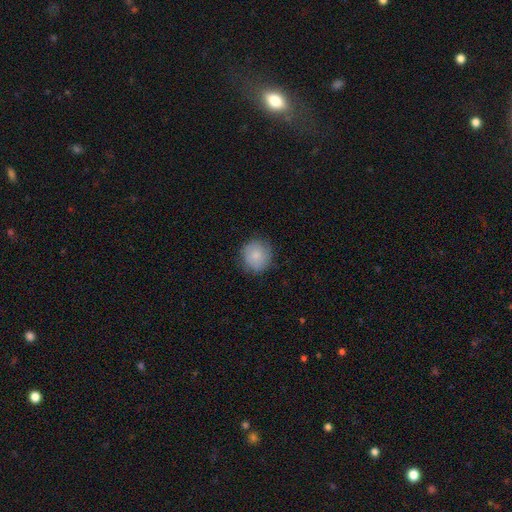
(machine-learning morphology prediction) Smooth or featured? smooth (81%)
How rounded? round (90%)
Merging? none (80%)